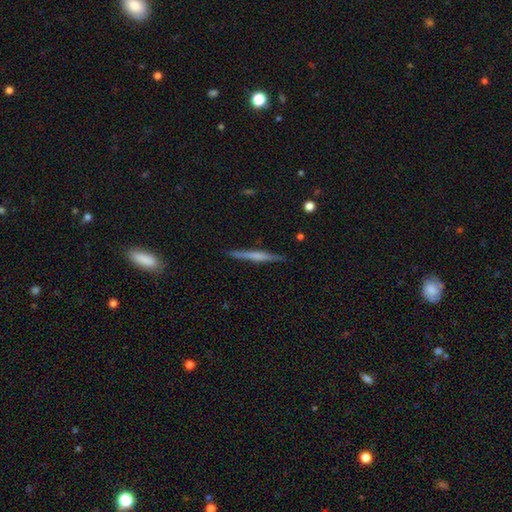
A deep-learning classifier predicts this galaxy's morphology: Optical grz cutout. It shows a featured or disk galaxy (59%) viewed edge-on (98%) with no central bulge (47%). Merging: none (90%).